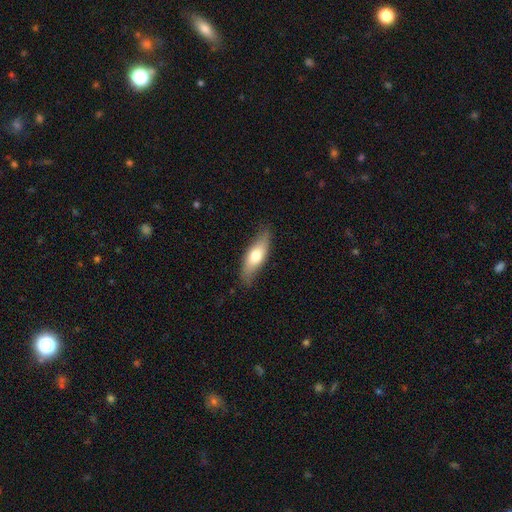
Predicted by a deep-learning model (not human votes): Morphology: type=smooth (62%); roundness=in between (57%); merging=none (79%).